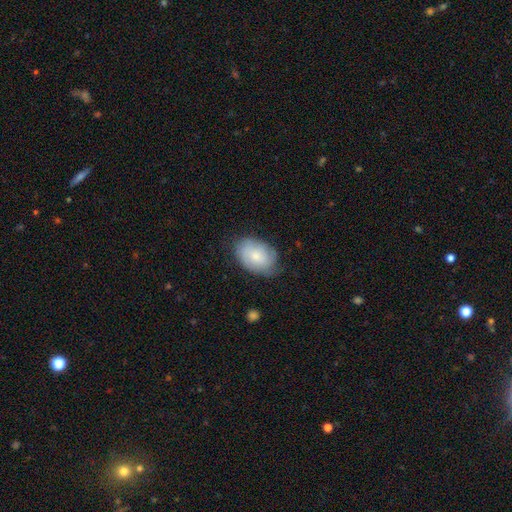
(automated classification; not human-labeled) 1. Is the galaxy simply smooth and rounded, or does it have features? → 67% smooth, 27% featured or disk, 6% star or artifact.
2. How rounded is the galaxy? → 86% in between, 13% round, 1% cigar-shaped.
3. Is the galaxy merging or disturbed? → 68% none, 25% minor disturbance, 6% major disturbance, 1% merger.